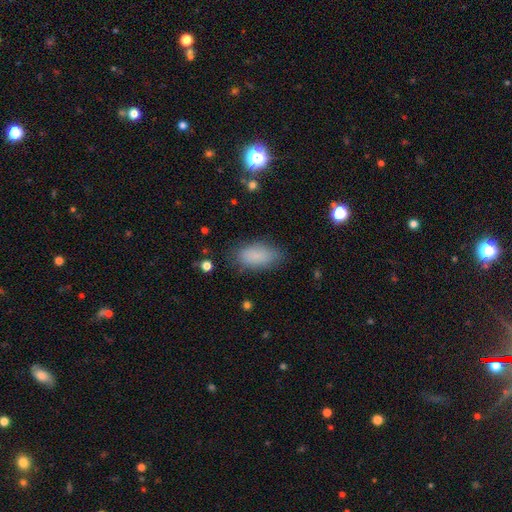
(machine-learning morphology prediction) smooth_or_featured: smooth (p=0.85) [alt: star or artifact p=0.09]
how_rounded: in between (p=0.91) [alt: cigar-shaped p=0.05]
merging: none (p=0.78) [alt: minor disturbance p=0.16]